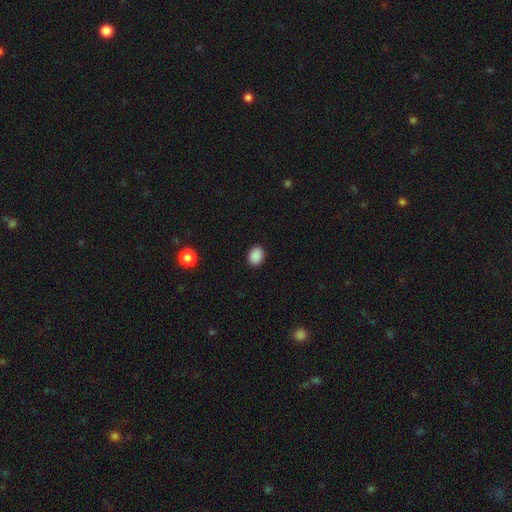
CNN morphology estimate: This appears to be a smooth galaxy with no disk features (89%) that is in between round and cigar-shaped (54%). Merging: none (90%).